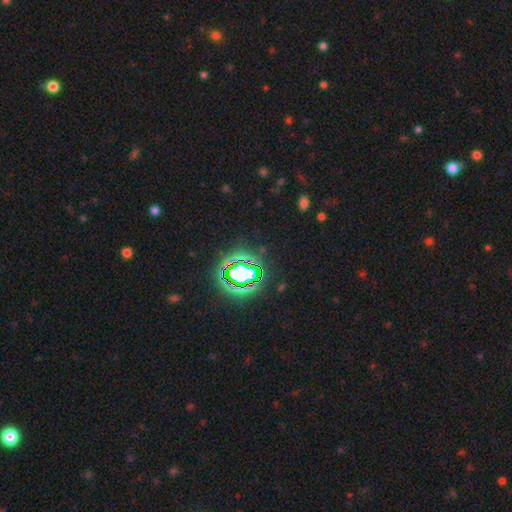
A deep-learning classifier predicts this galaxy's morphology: This appears to be a star or artifact, not a galaxy (80%).